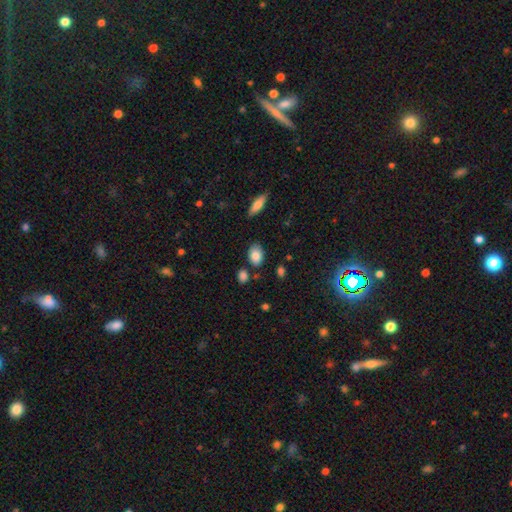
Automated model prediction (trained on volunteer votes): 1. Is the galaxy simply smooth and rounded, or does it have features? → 84% smooth, 8% featured or disk, 8% star or artifact.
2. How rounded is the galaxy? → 84% in between, 14% round, 2% cigar-shaped.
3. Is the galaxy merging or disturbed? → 78% none, 14% minor disturbance, 5% merger, 3% major disturbance.